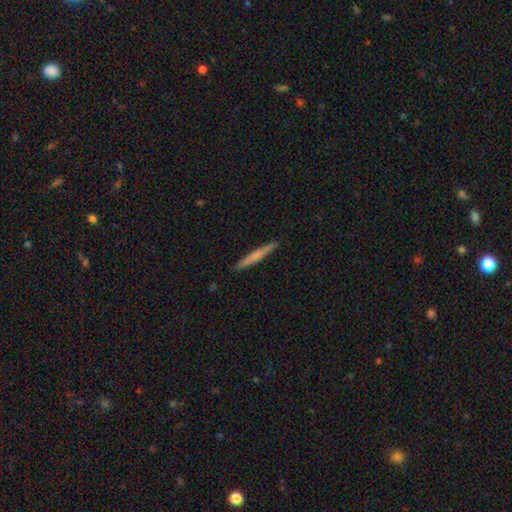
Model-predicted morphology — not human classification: type=smooth (59%); roundness=cigar-shaped (96%); merging=none (92%).